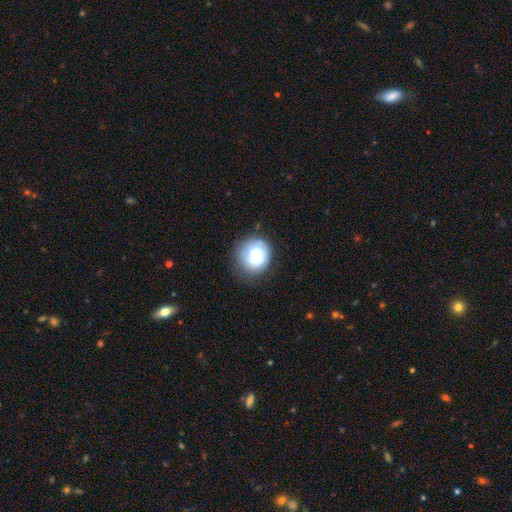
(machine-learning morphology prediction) smooth 64%, featured or disk 28%, star or artifact 8%. Down the decision tree: how rounded — round (84%); merging — none (69%).